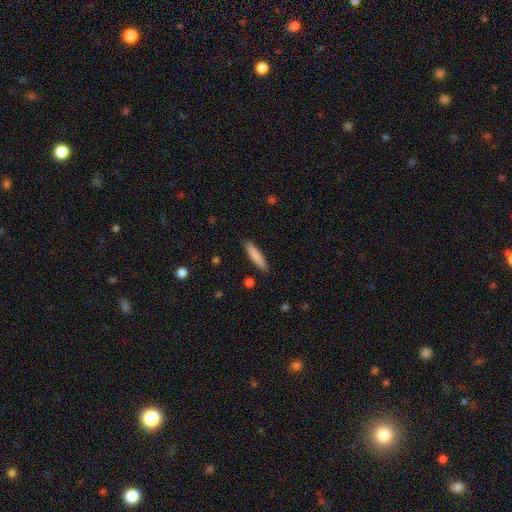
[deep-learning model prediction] A smooth galaxy with no disk features (84%) that is cigar-shaped (85%). Merging: none (87%).